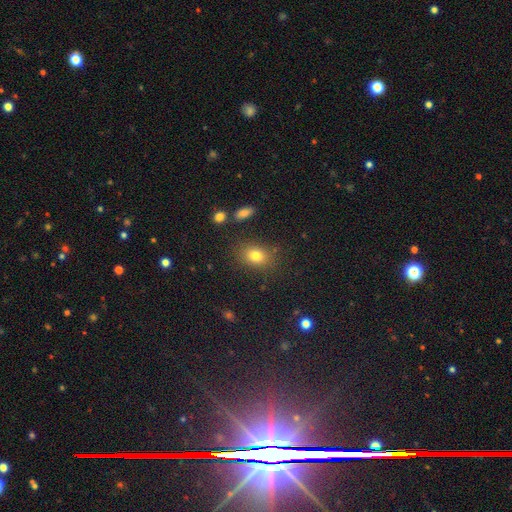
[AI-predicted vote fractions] smooth 79%, star or artifact 12%, featured or disk 9%. Down the decision tree: how rounded — in between (68%); merging — none (81%).